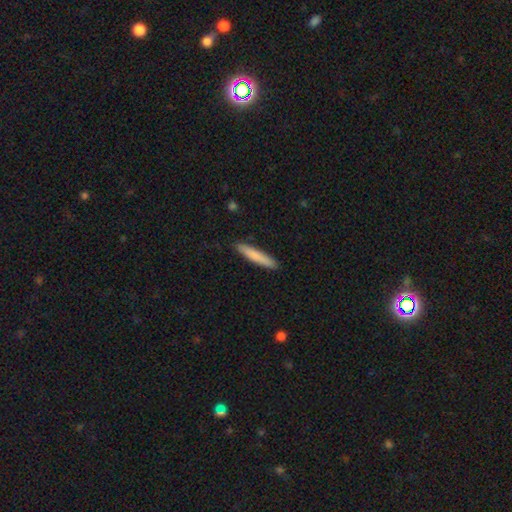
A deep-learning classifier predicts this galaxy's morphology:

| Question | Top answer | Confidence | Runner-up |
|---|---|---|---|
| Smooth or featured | smooth | 80% | featured or disk (15%) |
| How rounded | cigar-shaped | 93% | in between (6%) |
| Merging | none | 90% | minor disturbance (7%) |